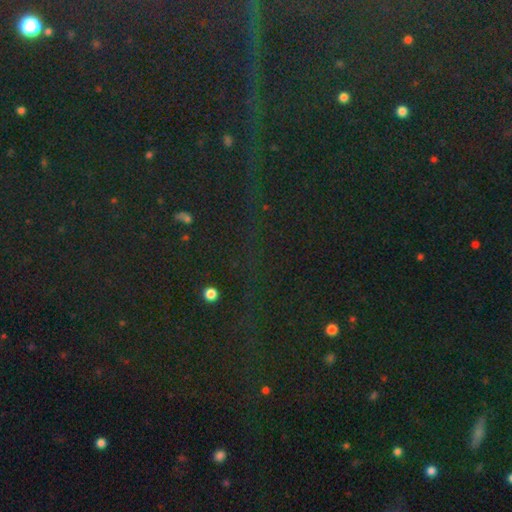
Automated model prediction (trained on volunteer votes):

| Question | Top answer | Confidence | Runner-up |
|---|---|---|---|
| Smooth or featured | star or artifact | 82% | smooth (11%) |